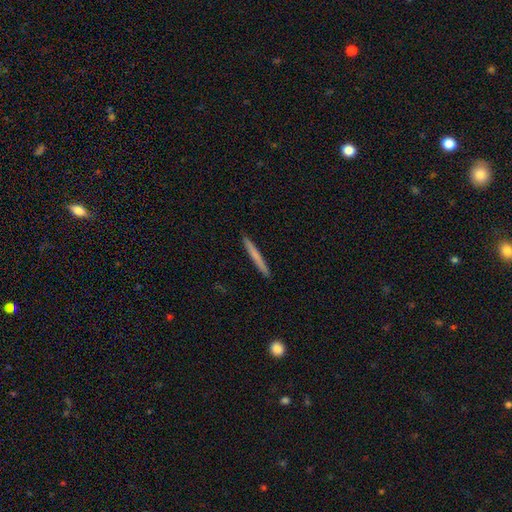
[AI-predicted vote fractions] A smooth galaxy with no disk features (64%) that is cigar-shaped (97%). Merging: none (92%).